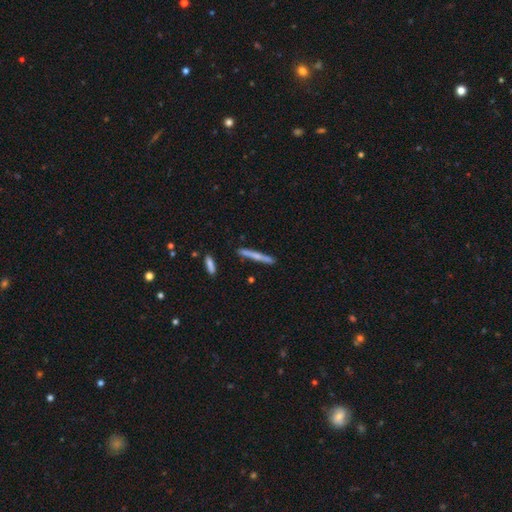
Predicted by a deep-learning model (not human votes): Smooth or featured: smooth — 51% (featured or disk — 42%)
How rounded: cigar-shaped — 96% (in between — 3%)
Merging: none — 86% (minor disturbance — 10%)